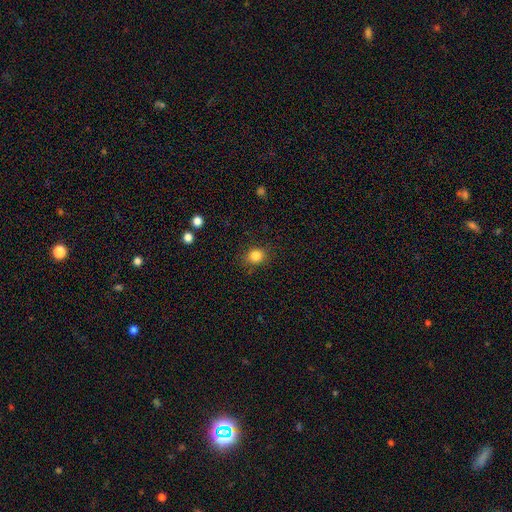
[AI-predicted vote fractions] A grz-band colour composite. It shows a smooth galaxy with no disk features (84%) that is round (74%). Merging: none (85%).